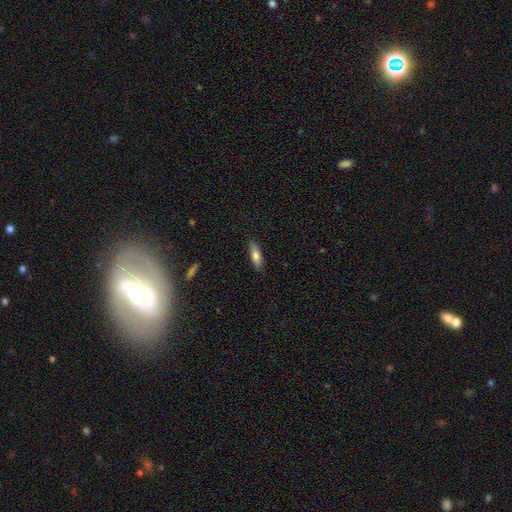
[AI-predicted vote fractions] smooth-or-featured: smooth: 72% | featured or disk: 22% | star or artifact: 6%
  how-rounded: cigar-shaped: 53% | in between: 45% | round: 2%
  merging: none: 86% | minor disturbance: 11% | major disturbance: 2% | merger: 1%